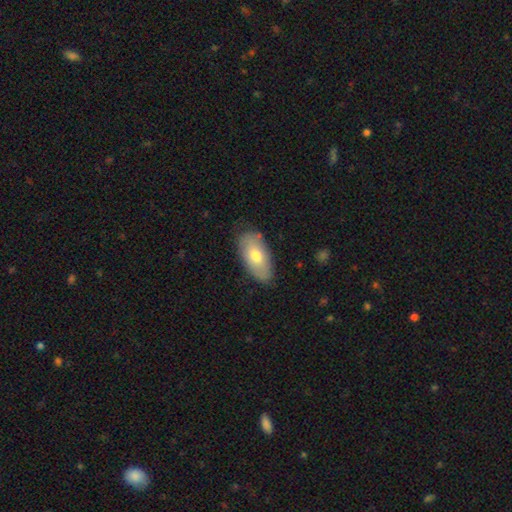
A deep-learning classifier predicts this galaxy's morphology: Smooth or featured: smooth — 70% (featured or disk — 24%)
How rounded: in between — 93% (cigar-shaped — 4%)
Merging: none — 80% (minor disturbance — 16%)